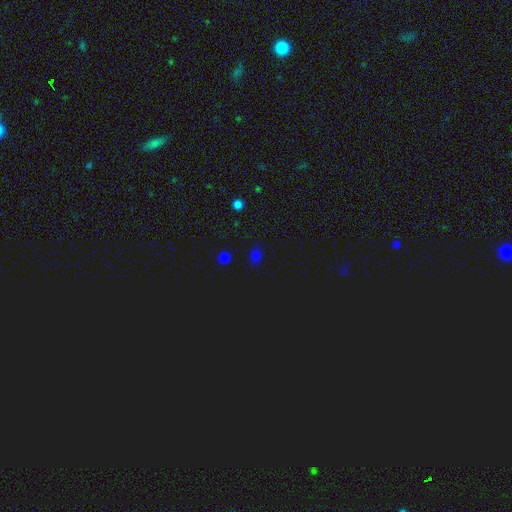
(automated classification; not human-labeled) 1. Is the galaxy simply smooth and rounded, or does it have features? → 58% smooth, 37% star or artifact, 4% featured or disk.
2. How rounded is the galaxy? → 66% round, 32% in between, 2% cigar-shaped.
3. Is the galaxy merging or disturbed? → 85% none, 10% minor disturbance, 3% major disturbance, 2% merger.